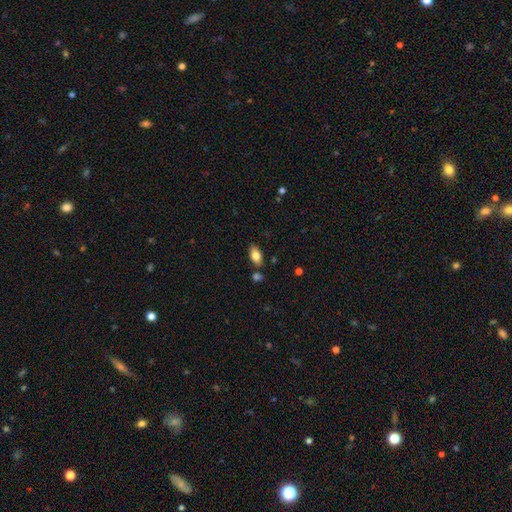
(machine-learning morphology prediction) A smooth galaxy with no disk features (81%) that is in between round and cigar-shaped (92%). Merging: none (80%).